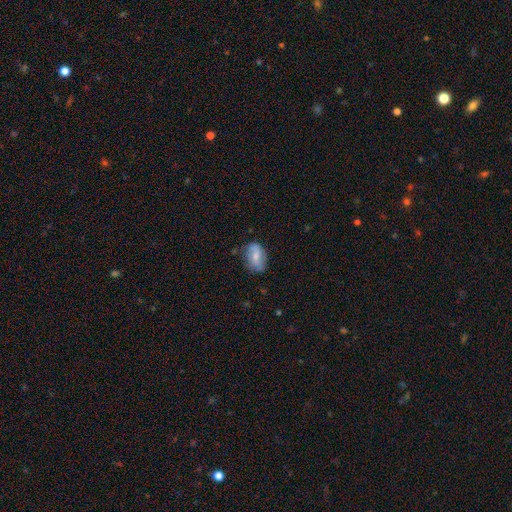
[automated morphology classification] Smooth or featured: smooth — 63% (featured or disk — 29%)
How rounded: in between — 85% (round — 13%)
Merging: none — 67% (minor disturbance — 25%)